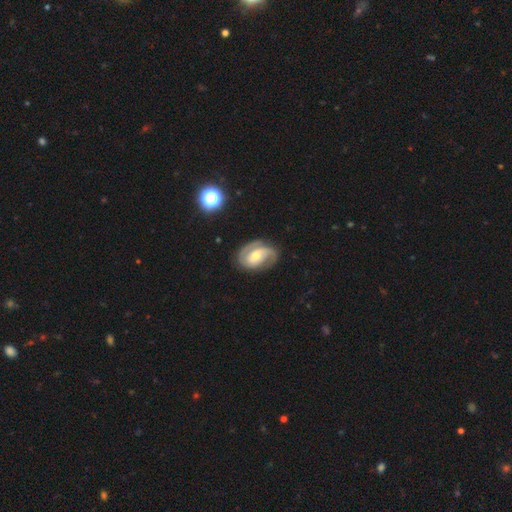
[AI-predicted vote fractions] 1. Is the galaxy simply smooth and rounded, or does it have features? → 80% featured or disk, 14% smooth, 6% star or artifact.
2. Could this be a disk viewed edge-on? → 97% no, 3% yes.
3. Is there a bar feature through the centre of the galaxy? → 41% weak, 40% no, 19% strong.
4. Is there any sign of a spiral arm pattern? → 93% yes, 7% no.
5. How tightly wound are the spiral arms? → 43% tight, 42% medium, 15% loose.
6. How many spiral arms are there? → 74% 2, 11% 1, 9% can't tell, 4% 3, 1% 4, 1% more than 4.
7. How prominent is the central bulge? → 58% moderate, 35% small, 5% large, 2% none, 1% dominant.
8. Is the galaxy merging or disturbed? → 70% none, 20% minor disturbance, 9% major disturbance, 2% merger.